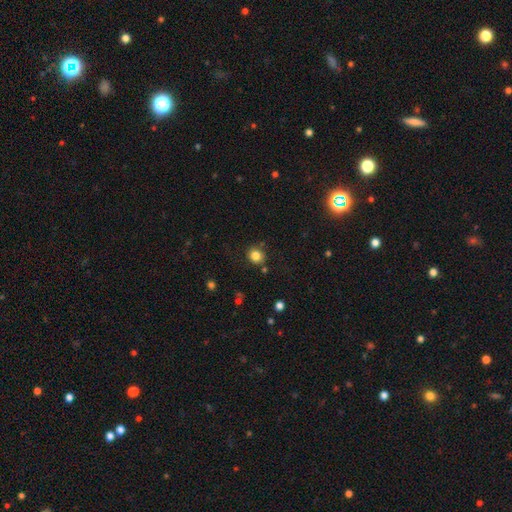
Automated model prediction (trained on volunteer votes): Overall: smooth (83%). How rounded: round (87%). Merging: none (82%).